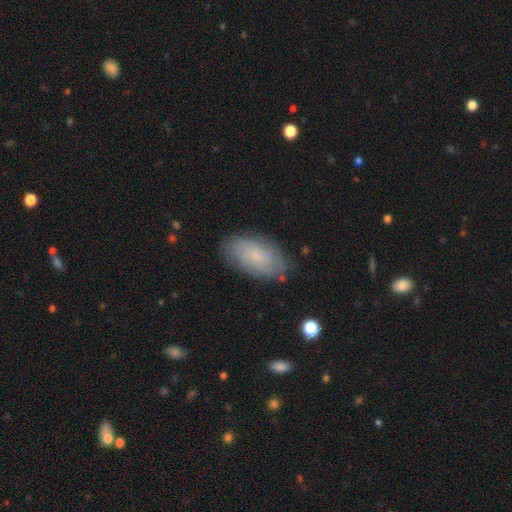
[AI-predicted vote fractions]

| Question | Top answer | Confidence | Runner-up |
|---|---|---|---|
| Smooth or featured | smooth | 62% | featured or disk (30%) |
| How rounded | in between | 93% | round (4%) |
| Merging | none | 78% | minor disturbance (16%) |